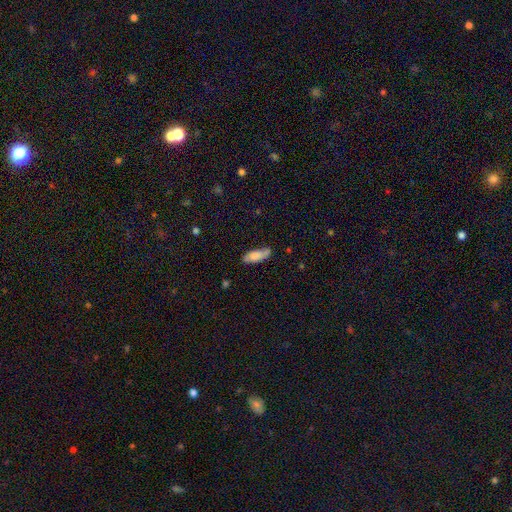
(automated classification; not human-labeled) Overall: smooth (78%). How rounded: in between (69%; cigar-shaped 29%). Merging: none (66%).